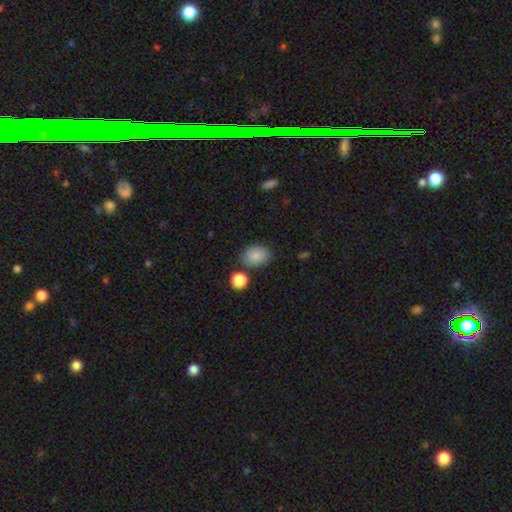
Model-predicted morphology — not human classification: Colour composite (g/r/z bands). It shows a smooth galaxy with no disk features (86%) that is in between round and cigar-shaped (70%). Merging: none (76%).